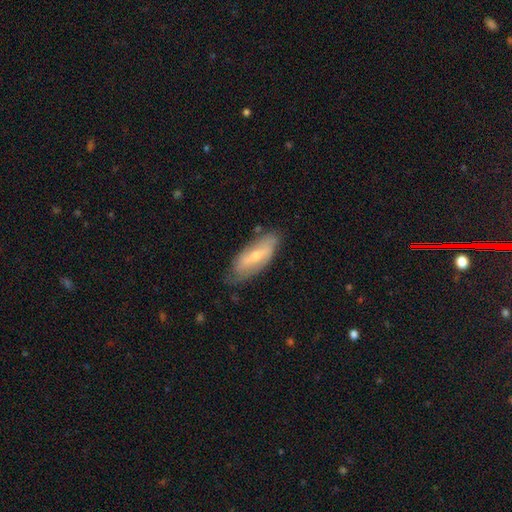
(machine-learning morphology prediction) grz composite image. It shows a featured or disk galaxy (51%). Merging: none (68%).